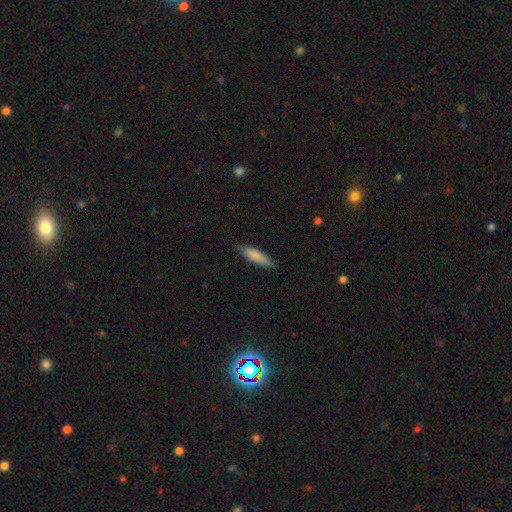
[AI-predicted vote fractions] smooth_or_featured: smooth (p=0.81) [alt: featured or disk p=0.14]
how_rounded: cigar-shaped (p=0.71) [alt: in between p=0.27]
merging: none (p=0.82) [alt: minor disturbance p=0.15]